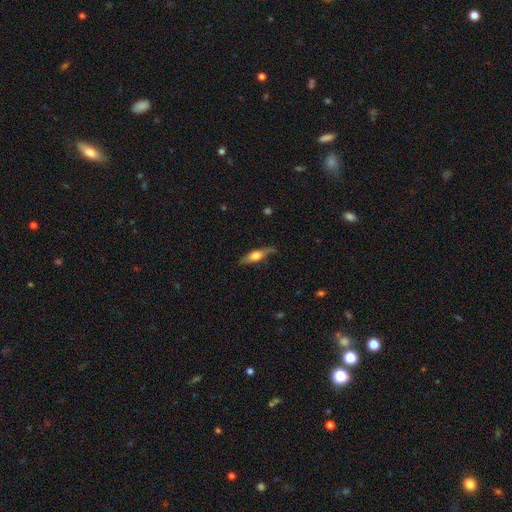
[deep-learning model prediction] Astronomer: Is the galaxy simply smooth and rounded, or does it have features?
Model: smooth — 47%, tied with featured or disk at 47%.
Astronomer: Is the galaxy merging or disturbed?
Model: none — 74%.